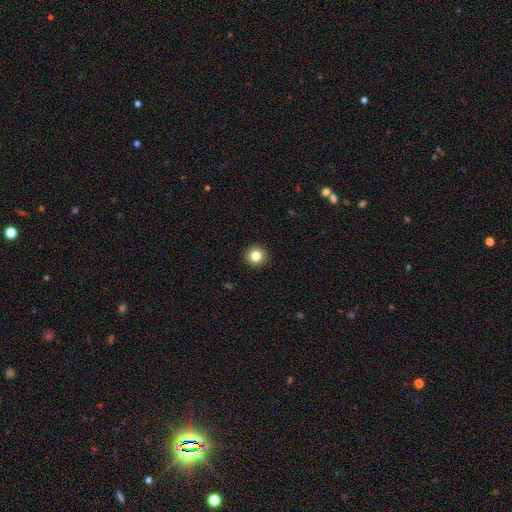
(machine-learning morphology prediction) type=smooth (83%); roundness=round (95%); merging=none (93%).